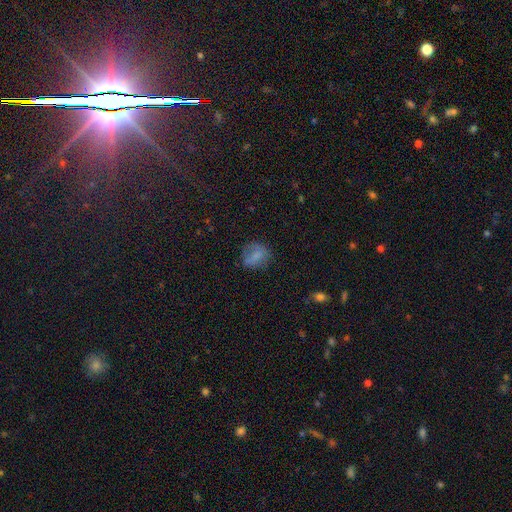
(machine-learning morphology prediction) Smooth or featured: smooth — 70% (featured or disk — 18%)
How rounded: round — 61% (in between — 38%)
Merging: none — 61% (minor disturbance — 24%)